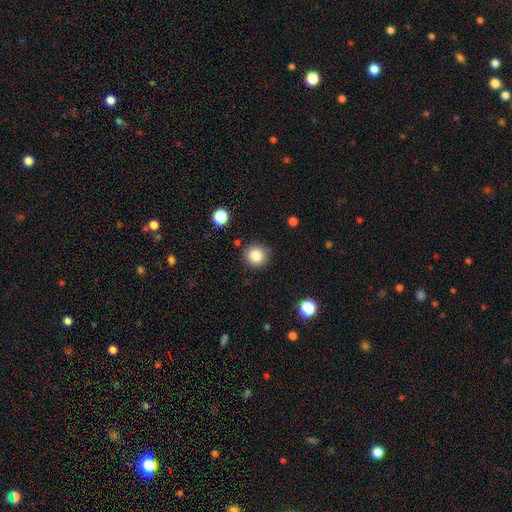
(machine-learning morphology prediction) This appears to be a smooth galaxy with no disk features (84%) that is round (94%). Merging: none (88%).